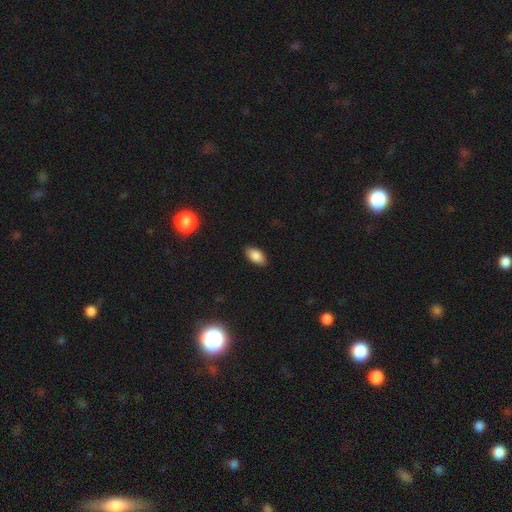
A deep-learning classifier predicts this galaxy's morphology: A smooth galaxy with no disk features (85%) that is in between round and cigar-shaped (92%). Merging: none (88%).